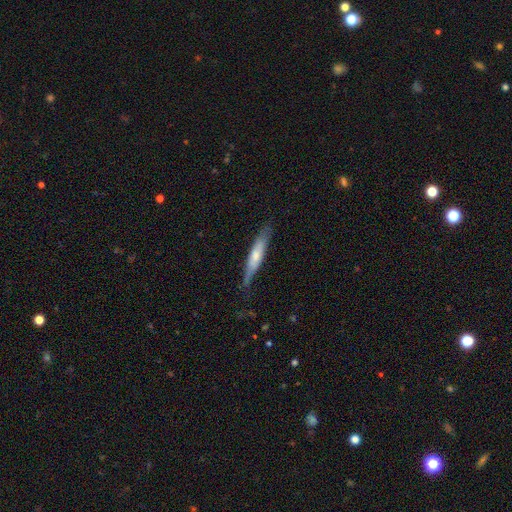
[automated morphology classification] This appears to be a smooth galaxy with no disk features (57%) that is cigar-shaped (86%). Merging: none (73%).